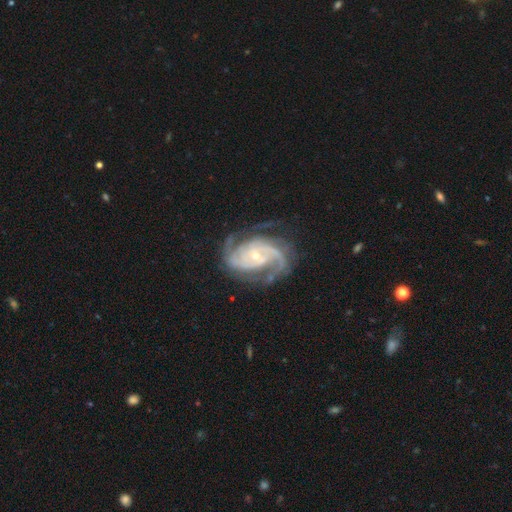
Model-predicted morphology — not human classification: smooth_or_featured: featured or disk (p=0.92) [alt: star or artifact p=0.05]
disk_edge_on: no (p=0.98) [alt: yes p=0.02]
bar: no (p=0.57) [alt: weak p=0.30]
has_spiral_arms: yes (p=0.98) [alt: no p=0.02]
spiral_winding: medium (p=0.46) [alt: tight p=0.44]
spiral_arm_count: 2 (p=0.46) [alt: 3 p=0.27]
bulge_size: small (p=0.70) [alt: moderate p=0.26]
merging: none (p=0.70) [alt: minor disturbance p=0.18]